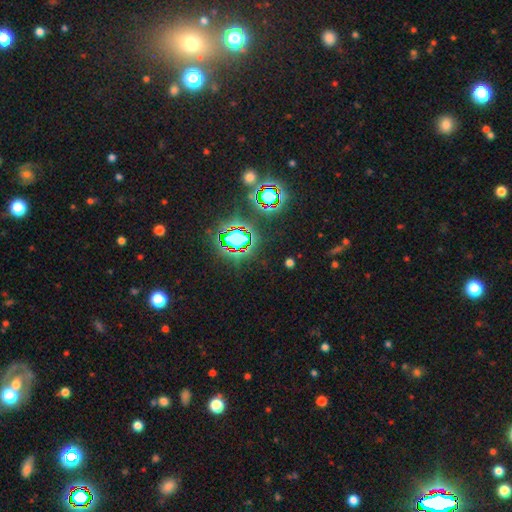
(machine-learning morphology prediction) Smooth or featured? star or artifact (81%)